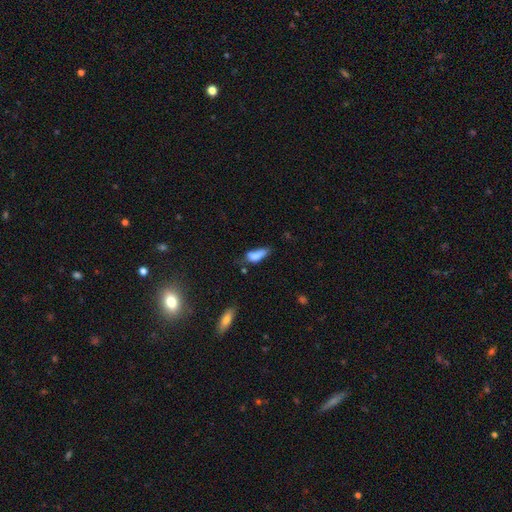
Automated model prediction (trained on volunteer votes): Smooth or featured? smooth (76%)
How rounded? in between (75%)
Merging? minor disturbance (37%)